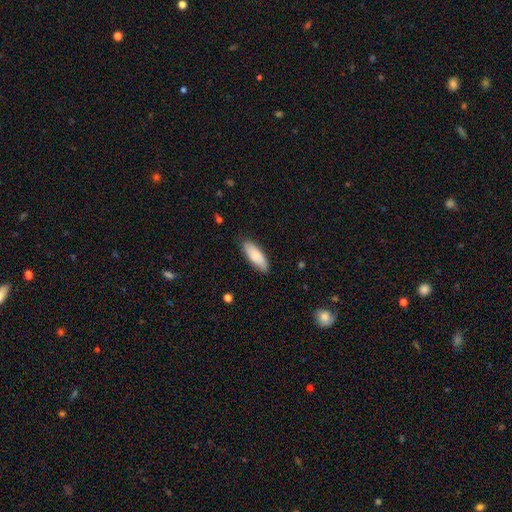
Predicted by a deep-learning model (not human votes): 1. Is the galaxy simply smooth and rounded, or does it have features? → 82% smooth, 13% featured or disk, 6% star or artifact.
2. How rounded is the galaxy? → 70% in between, 28% cigar-shaped, 2% round.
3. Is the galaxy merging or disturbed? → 83% none, 13% minor disturbance, 2% major disturbance, 1% merger.